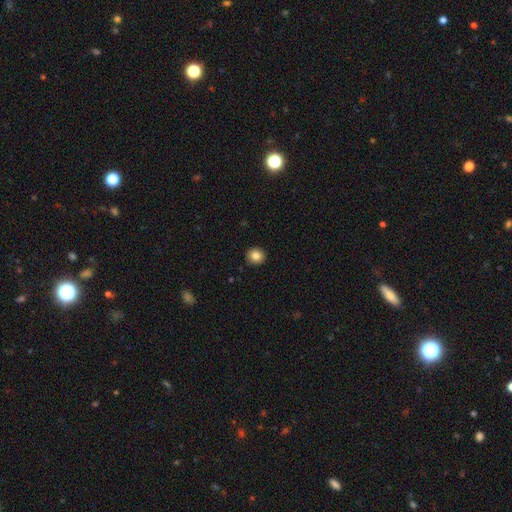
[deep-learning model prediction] A smooth galaxy with no disk features (85%) that is round (91%). Merging: none (92%).